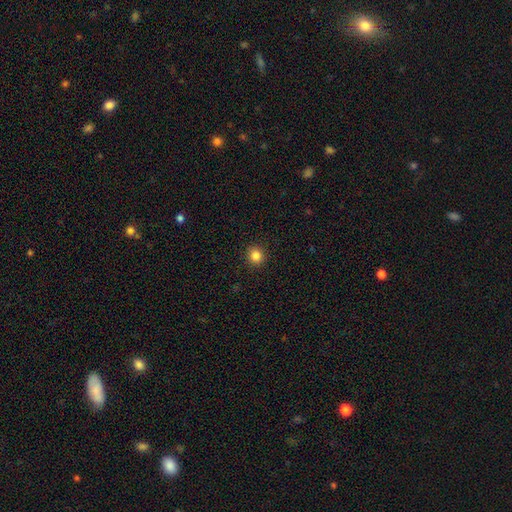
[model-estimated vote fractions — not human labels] smooth 85%, star or artifact 11%, featured or disk 4%. Down the decision tree: how rounded — round (90%); merging — none (93%).